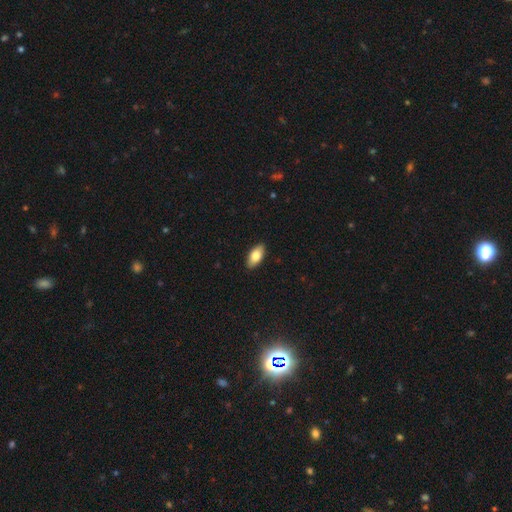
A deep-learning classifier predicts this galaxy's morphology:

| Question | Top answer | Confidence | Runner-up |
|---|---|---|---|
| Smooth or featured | smooth | 82% | featured or disk (12%) |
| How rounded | in between | 91% | cigar-shaped (6%) |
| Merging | none | 89% | minor disturbance (8%) |